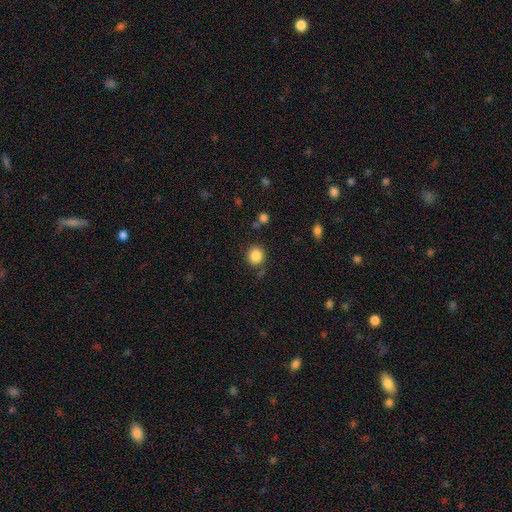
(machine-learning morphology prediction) smooth_or_featured: smooth (p=0.86) [alt: star or artifact p=0.10]
how_rounded: round (p=0.82) [alt: in between p=0.17]
merging: none (p=0.79) [alt: minor disturbance p=0.12]